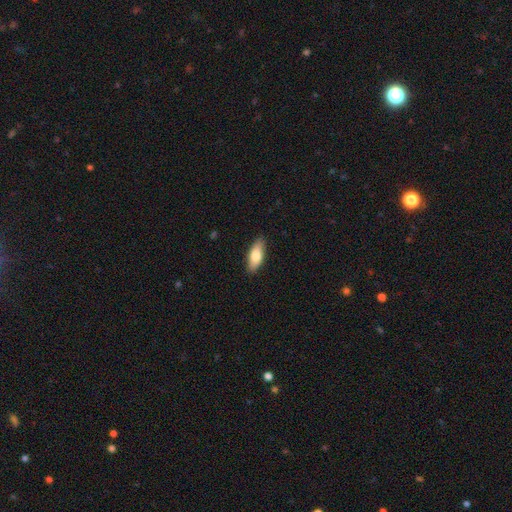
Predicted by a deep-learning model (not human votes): A smooth galaxy with no disk features (78%) that is in between round and cigar-shaped (76%).

Vote fractions:
- Smooth or featured? smooth: 78% / featured or disk: 17% / star or artifact: 6%
- How rounded? in between: 76% / cigar-shaped: 22% / round: 2%
- Merging? none: 88% / minor disturbance: 9% / major disturbance: 2% / merger: 1%